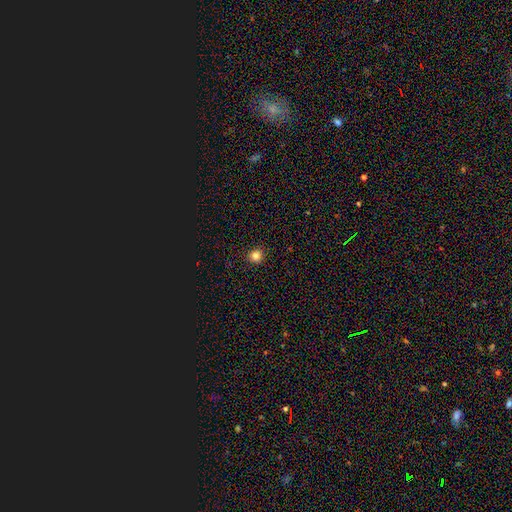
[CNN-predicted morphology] smooth 82%, star or artifact 13%, featured or disk 5%. Down the decision tree: how rounded — round (91%); merging — none (93%).